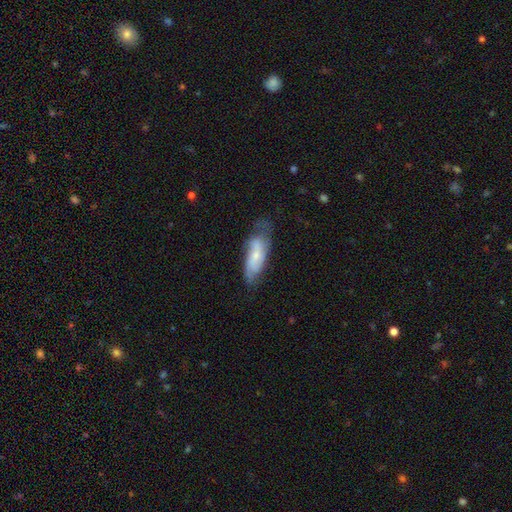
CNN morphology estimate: A featured or disk galaxy (60%) with no bar (61%), spiral arms (85%) and a small central bulge (63%).

Vote fractions:
- Smooth or featured? featured or disk: 60% / smooth: 34% / star or artifact: 7%
- Edge-on disk? no: 87% / yes: 13%
- Bar? no: 61% / weak: 30% / strong: 9%
- Spiral arms? yes: 85% / no: 15%
- Bulge size? small: 63% / moderate: 30% / none: 4% / large: 2% / dominant: 1%
- Merging? none: 55% / minor disturbance: 29% / major disturbance: 13% / merger: 3%